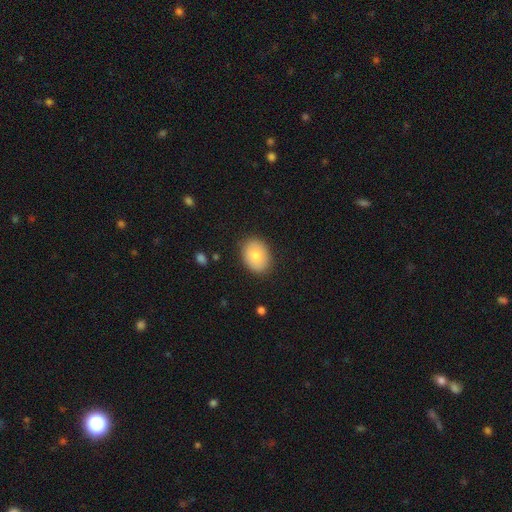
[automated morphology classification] This appears to be a smooth galaxy with no disk features (78%) that is in between round and cigar-shaped (63%). Merging: none (87%).